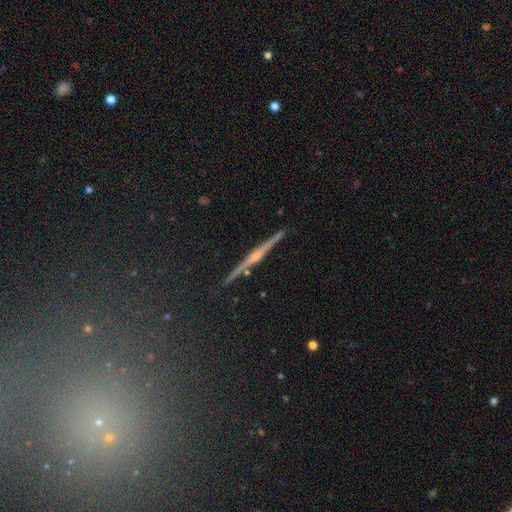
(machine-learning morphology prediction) smooth_or_featured: featured or disk (p=0.78) [alt: smooth p=0.11]
disk_edge_on: yes (p=0.97) [alt: no p=0.03]
edge_on_bulge: rounded (p=0.78) [alt: none p=0.14]
merging: none (p=0.90) [alt: minor disturbance p=0.07]